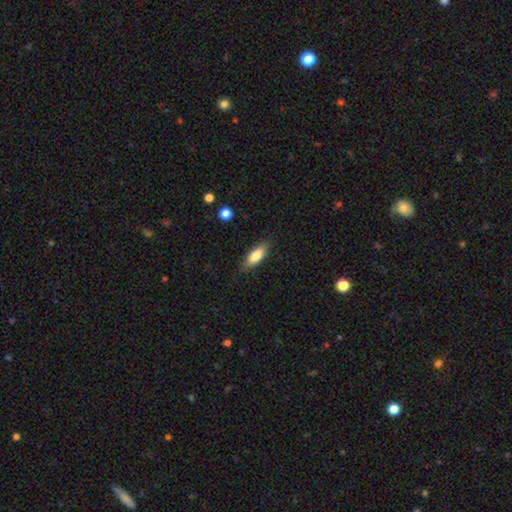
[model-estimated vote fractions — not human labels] A smooth galaxy with no disk features (81%) that is in between round and cigar-shaped (70%). Merging: none (85%).